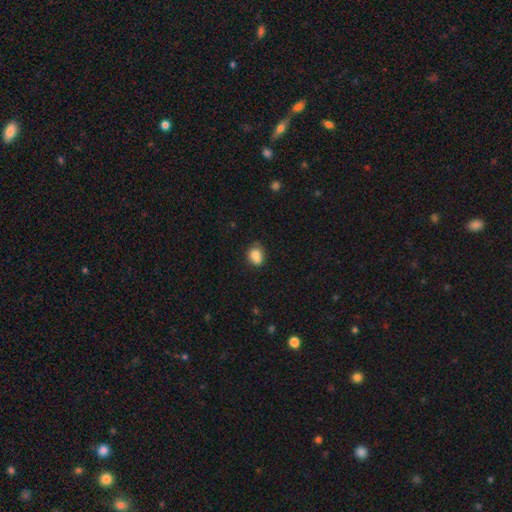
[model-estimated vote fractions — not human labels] This is likely a smooth galaxy (79%). How rounded: possibly round (51%). Merging: possibly none (49%).